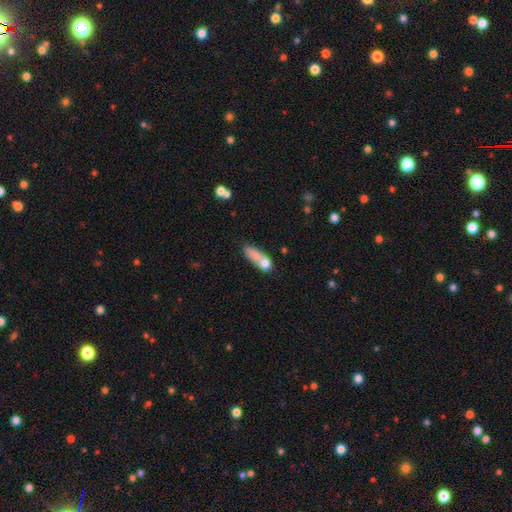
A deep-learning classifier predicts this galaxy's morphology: Smooth or featured? Predicted: smooth (p=0.70). How rounded? Predicted: in between (p=0.54). Merging? Predicted: merger (p=0.37).